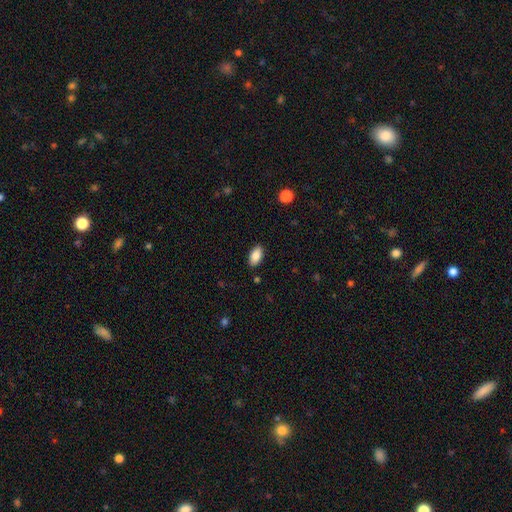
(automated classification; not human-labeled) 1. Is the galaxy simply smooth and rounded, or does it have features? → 87% smooth, 7% star or artifact, 6% featured or disk.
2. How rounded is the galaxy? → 93% in between, 4% cigar-shaped, 3% round.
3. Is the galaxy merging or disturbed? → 88% none, 9% minor disturbance, 2% major disturbance, 1% merger.